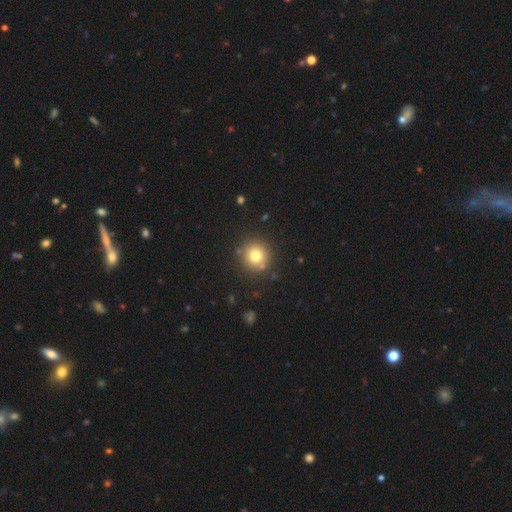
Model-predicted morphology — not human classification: This is likely a smooth galaxy (76%). How rounded: clearly round (94%). Merging: clearly none (85%).